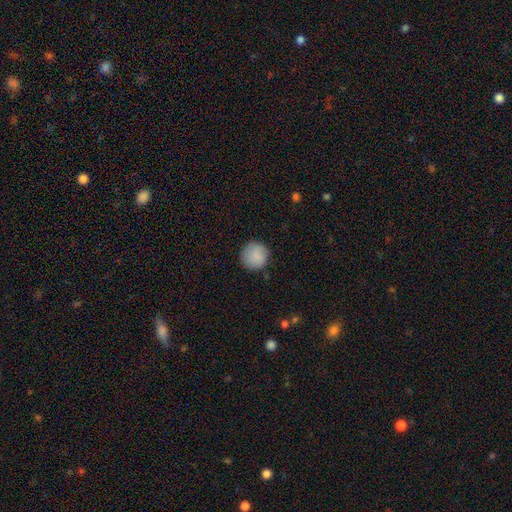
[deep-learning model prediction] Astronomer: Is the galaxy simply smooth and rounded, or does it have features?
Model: smooth — 87%.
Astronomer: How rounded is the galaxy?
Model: round — 95%.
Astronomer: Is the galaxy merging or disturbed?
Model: none — 86%.